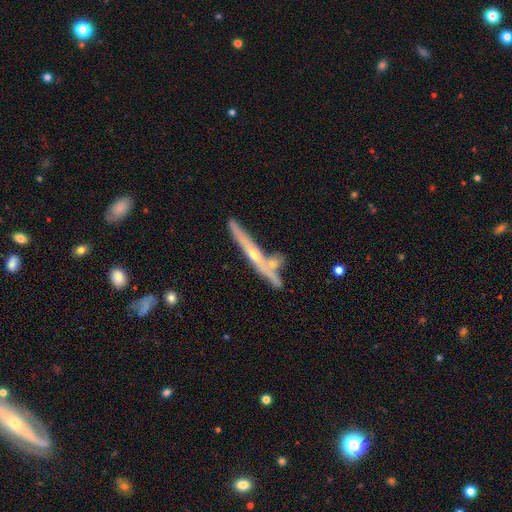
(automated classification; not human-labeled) Smooth or featured? Predicted: featured or disk (p=0.72). Edge-on disk? Predicted: yes (p=0.93). Edge-on bulge? Predicted: rounded (p=0.76). Merging? Predicted: none (p=0.61).